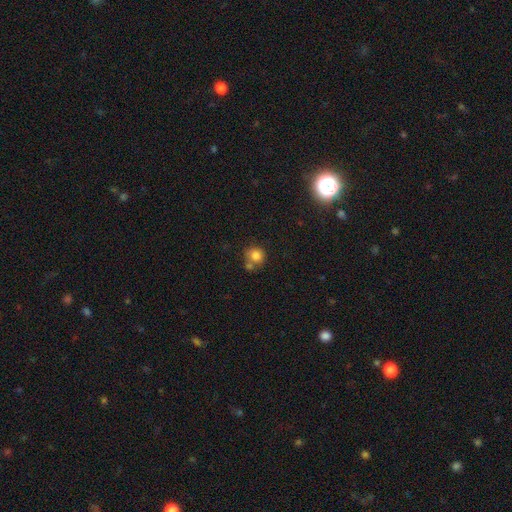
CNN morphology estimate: Smooth or featured? smooth (80%)
How rounded? round (86%)
Merging? none (55%)